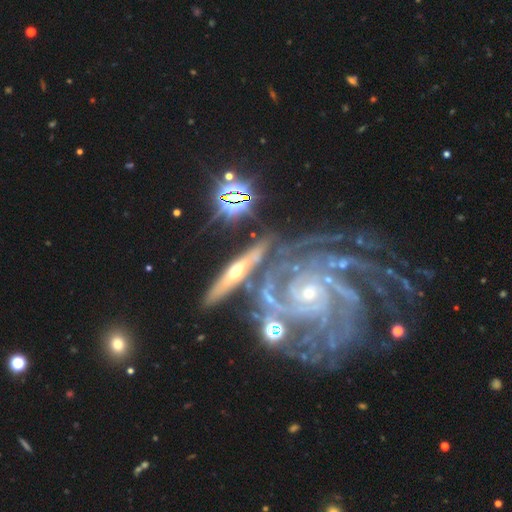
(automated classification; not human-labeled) Morphology: type=featured or disk (73%); edge-on=no (58%); merging=none (49%).